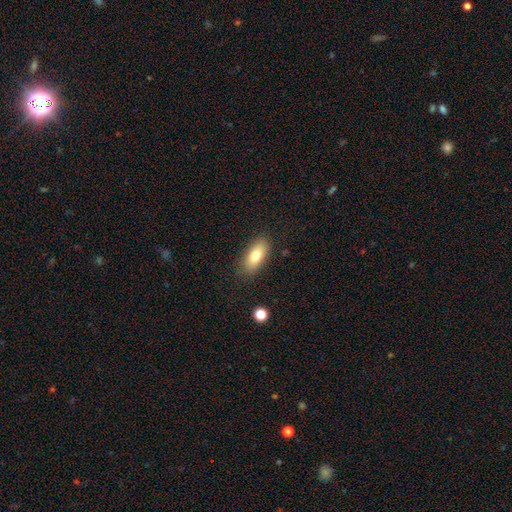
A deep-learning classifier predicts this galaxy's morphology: type=smooth (78%); roundness=in between (83%); merging=none (84%).